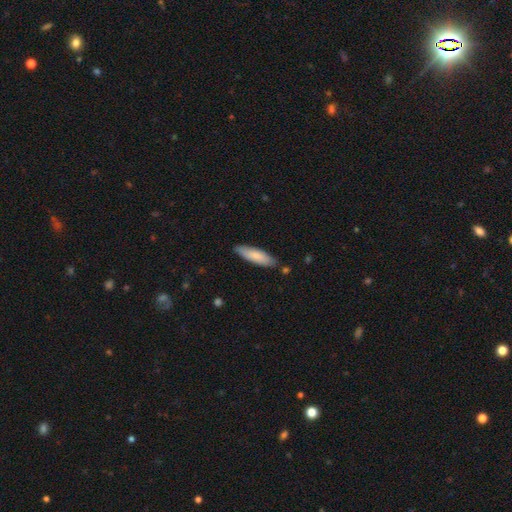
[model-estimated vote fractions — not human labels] A smooth galaxy with no disk features (80%) that is cigar-shaped (61%). Merging: none (83%).